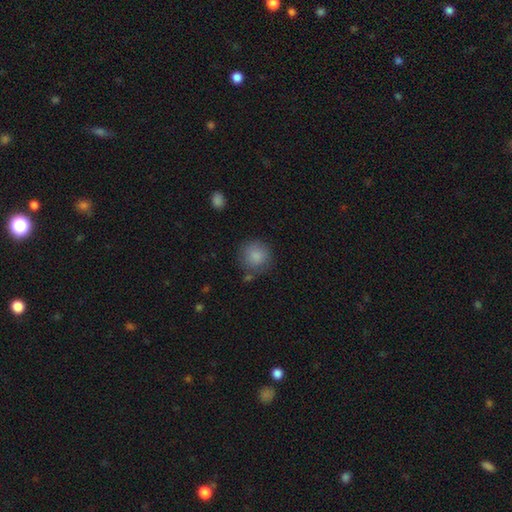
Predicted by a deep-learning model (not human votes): A smooth galaxy with no disk features (87%) that is round (92%). Merging: none (77%).